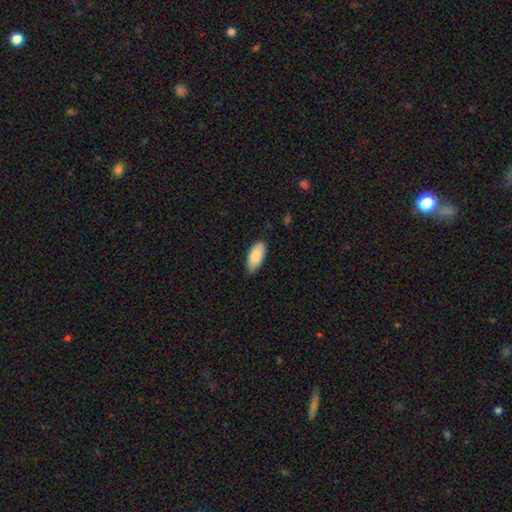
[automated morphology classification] Q: Smooth or featured?
A: smooth (86%); runner-up: featured or disk (8%)
Q: How rounded?
A: in between (91%); runner-up: cigar-shaped (7%)
Q: Merging?
A: none (86%); runner-up: minor disturbance (12%)